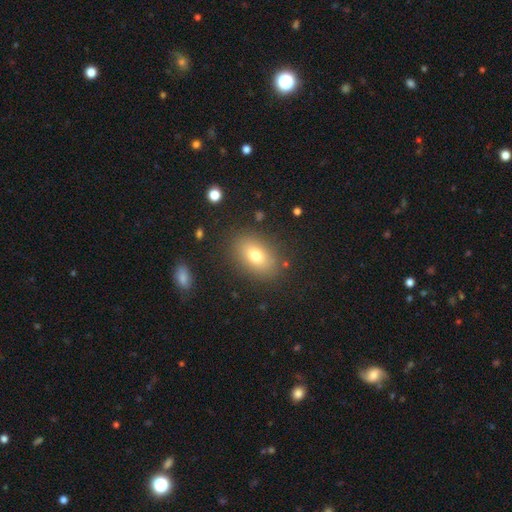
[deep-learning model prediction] The model was most divided on "smooth or featured": smooth: 74%, featured or disk: 15%, star or artifact: 11%. More confident: merging — none (84%); how rounded — in between (84%).